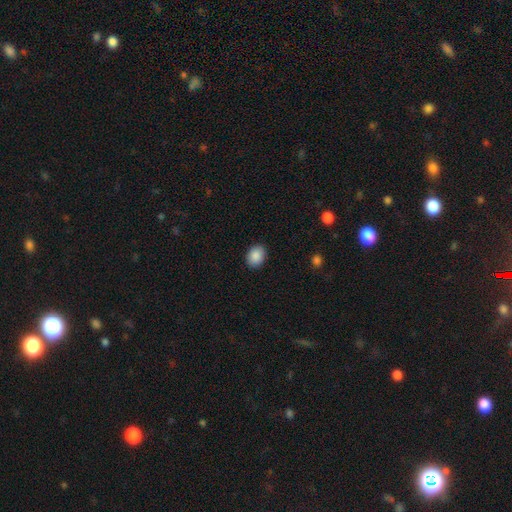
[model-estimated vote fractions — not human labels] The model was most divided on "how rounded": in between: 62%, round: 37%, cigar-shaped: 1%. More confident: smooth or featured — smooth (89%); merging — none (89%).